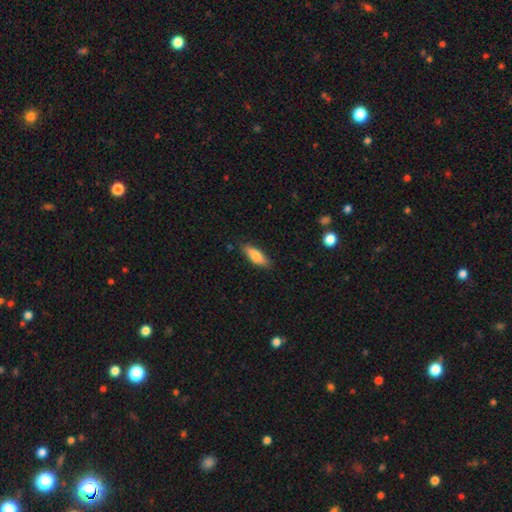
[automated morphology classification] Overall: smooth (81%). How rounded: in between (61%; cigar-shaped 37%). Merging: none (82%).